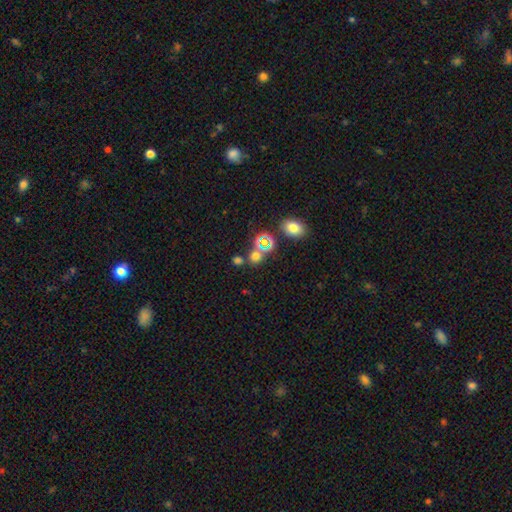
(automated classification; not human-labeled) smooth_or_featured: smooth (p=0.60) [alt: star or artifact p=0.33]
how_rounded: round (p=0.71) [alt: in between p=0.27]
merging: none (p=0.64) [alt: merger p=0.23]